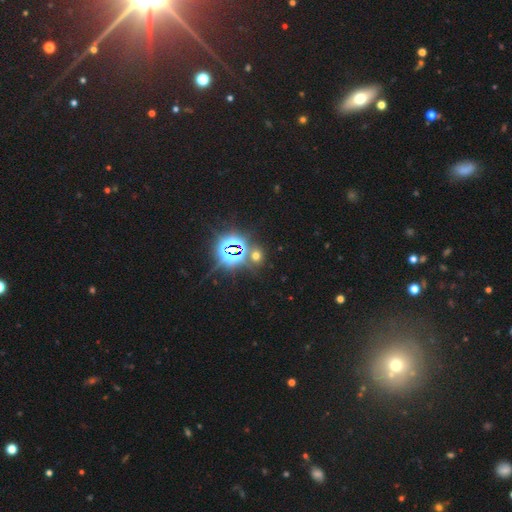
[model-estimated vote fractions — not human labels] This appears to be a star or artifact, not a galaxy (57%).